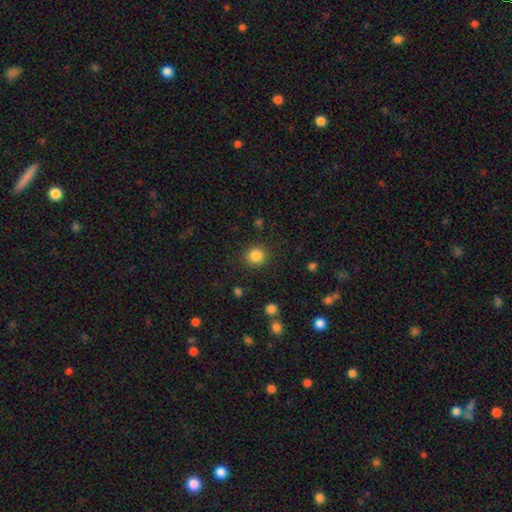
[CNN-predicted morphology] smooth_or_featured: smooth (p=0.85) [alt: star or artifact p=0.11]
how_rounded: round (p=0.89) [alt: in between p=0.10]
merging: none (p=0.90) [alt: minor disturbance p=0.06]